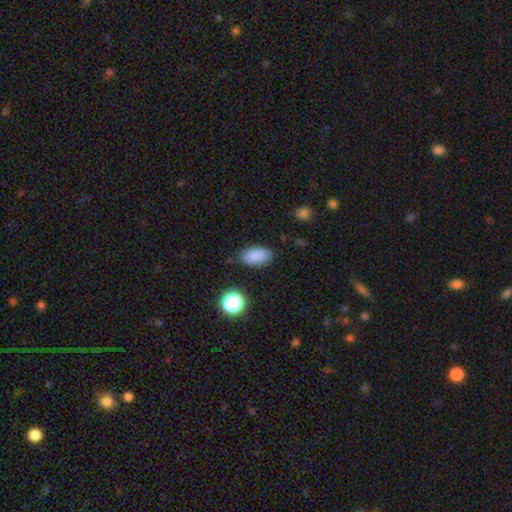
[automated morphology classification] type=smooth (86%); roundness=in between (92%); merging=none (85%).